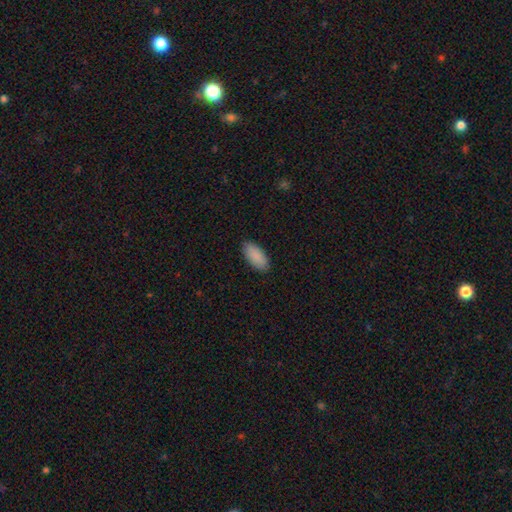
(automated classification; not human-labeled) A smooth galaxy with no disk features (90%) that is in between round and cigar-shaped (92%). Merging: none (87%).